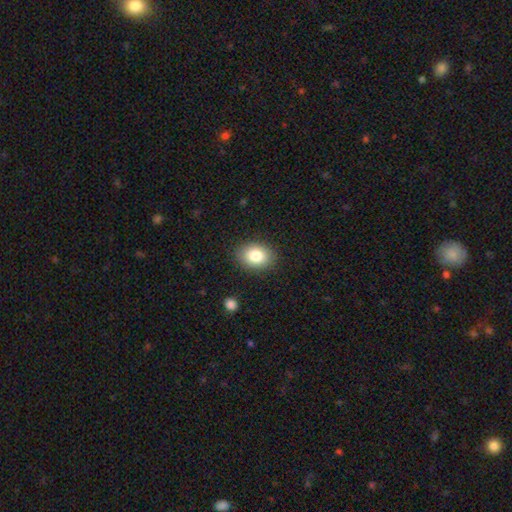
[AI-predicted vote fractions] Overall: smooth (83%). How rounded: in between (65%; round 34%). Merging: none (87%).